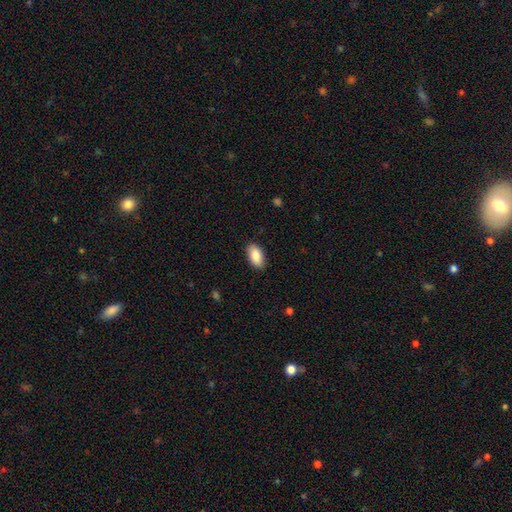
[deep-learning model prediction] A smooth galaxy with no disk features (87%) that is in between round and cigar-shaped (93%).

Vote fractions:
- Smooth or featured? smooth: 87% / star or artifact: 6% / featured or disk: 6%
- How rounded? in between: 93% / cigar-shaped: 4% / round: 3%
- Merging? none: 88% / minor disturbance: 9% / major disturbance: 2% / merger: 1%